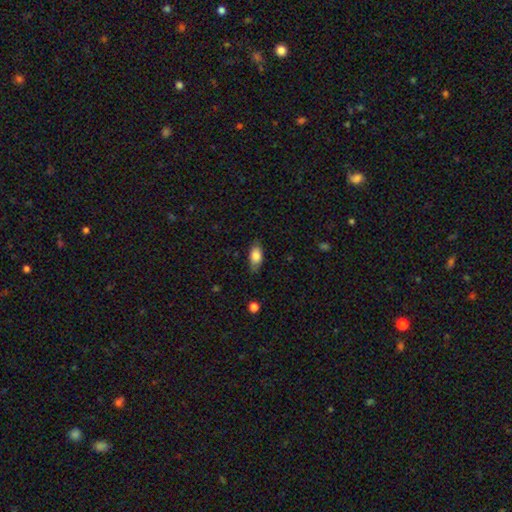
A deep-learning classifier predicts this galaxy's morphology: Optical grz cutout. It shows a smooth galaxy with no disk features (81%) that is in between round and cigar-shaped (88%). Merging: none (80%).